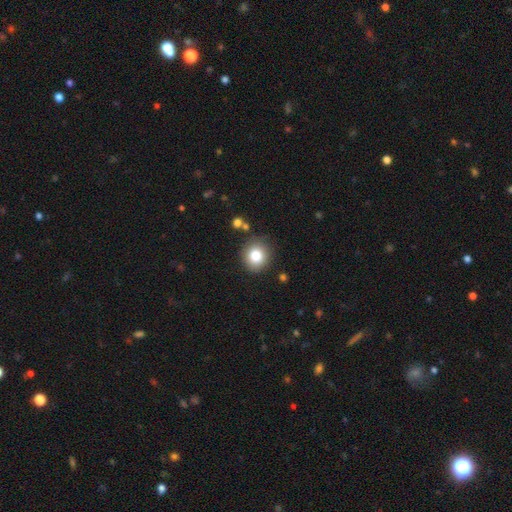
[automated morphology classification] smooth_or_featured: smooth (p=0.82) [alt: star or artifact p=0.11]
how_rounded: round (p=0.86) [alt: in between p=0.13]
merging: none (p=0.84) [alt: minor disturbance p=0.09]